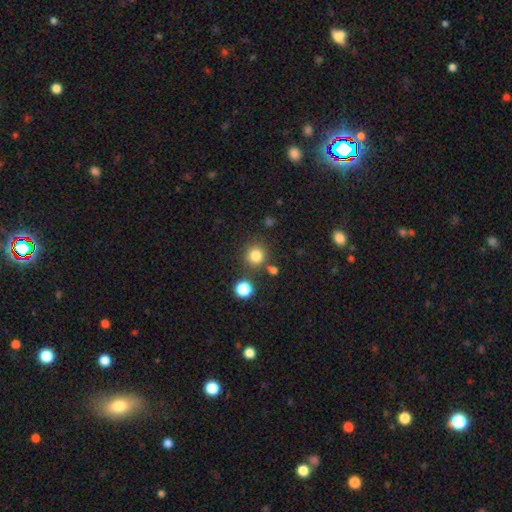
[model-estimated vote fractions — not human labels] Overall: smooth (80%). How rounded: round (90%). Merging: none (79%).